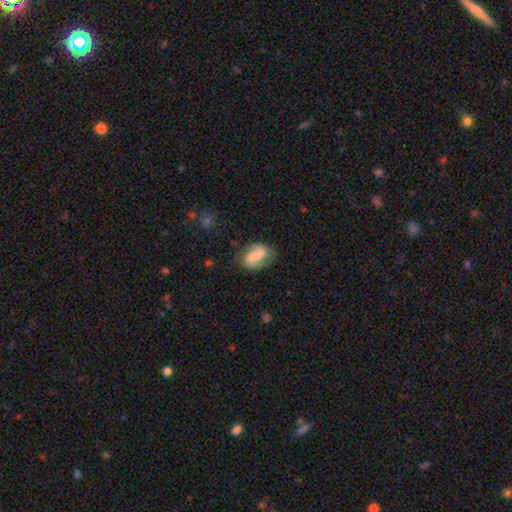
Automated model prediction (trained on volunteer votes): This is possibly a featured or disk galaxy (60%). It is clearly not viewed edge-on (97%). Bar: marginally weak (44%). Spiral arm pattern: clearly yes (89%). Spiral arm count: clearly 2 (87%). Spiral winding: marginally medium (43%). Central bulge: marginally small (41%). Merging: likely none (72%).